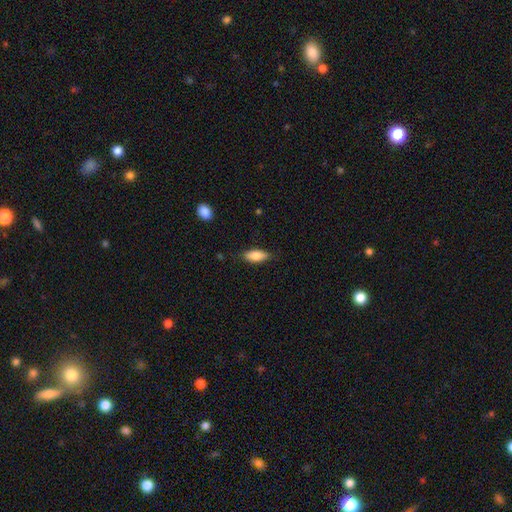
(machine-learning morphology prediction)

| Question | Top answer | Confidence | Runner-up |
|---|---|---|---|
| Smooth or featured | smooth | 80% | featured or disk (13%) |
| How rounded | in between | 80% | cigar-shaped (18%) |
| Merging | none | 82% | minor disturbance (14%) |